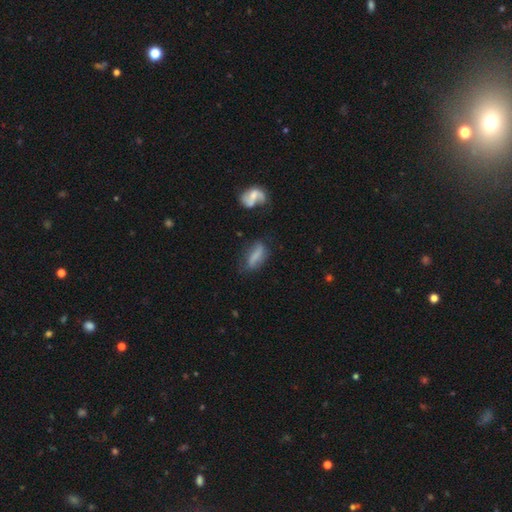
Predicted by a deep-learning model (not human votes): smooth-or-featured: smooth: 63% | featured or disk: 28% | star or artifact: 9%
  how-rounded: in between: 66% | cigar-shaped: 30% | round: 4%
  merging: none: 54% | minor disturbance: 29% | major disturbance: 12% | merger: 5%